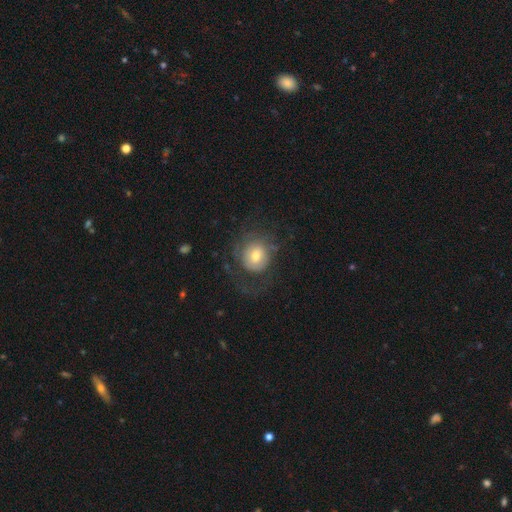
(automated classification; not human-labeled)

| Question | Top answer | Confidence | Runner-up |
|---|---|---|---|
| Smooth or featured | smooth | 46% | featured or disk (45%) |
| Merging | none | 54% | major disturbance (28%) |